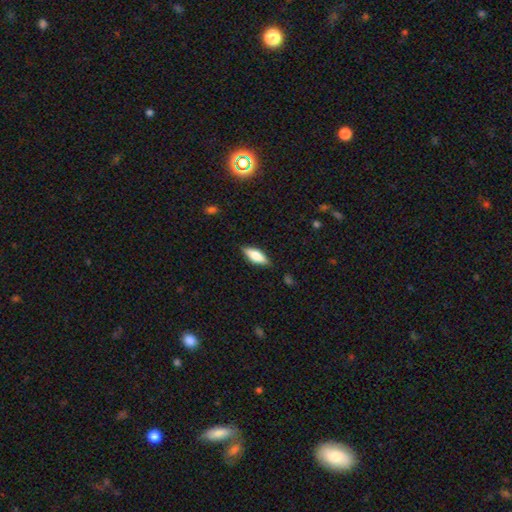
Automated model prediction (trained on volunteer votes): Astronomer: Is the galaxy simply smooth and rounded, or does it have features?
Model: smooth — 67%.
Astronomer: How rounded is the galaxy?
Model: in between — 65%.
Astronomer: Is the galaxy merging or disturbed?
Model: none — 86%.